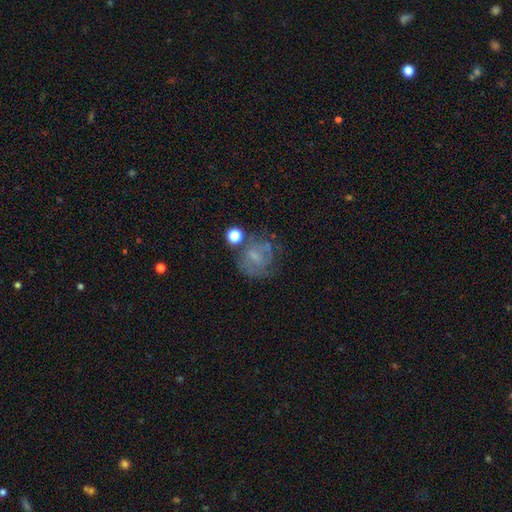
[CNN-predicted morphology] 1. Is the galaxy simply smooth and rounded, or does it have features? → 53% featured or disk, 33% smooth, 14% star or artifact.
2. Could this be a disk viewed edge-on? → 97% no, 3% yes.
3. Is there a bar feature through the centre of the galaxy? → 53% no, 39% weak, 8% strong.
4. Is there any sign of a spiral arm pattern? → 68% yes, 32% no.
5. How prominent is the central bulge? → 54% small, 26% none, 17% moderate, 2% large, 1% dominant.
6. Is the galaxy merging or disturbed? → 54% none, 20% minor disturbance, 17% major disturbance, 8% merger.